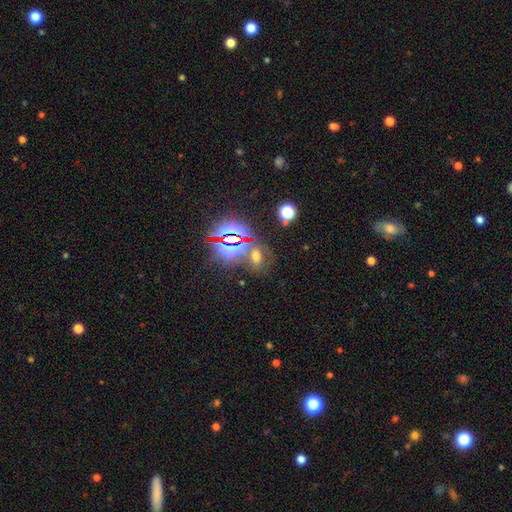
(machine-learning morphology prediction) Smooth or featured: star or artifact — 47% (smooth — 40%)